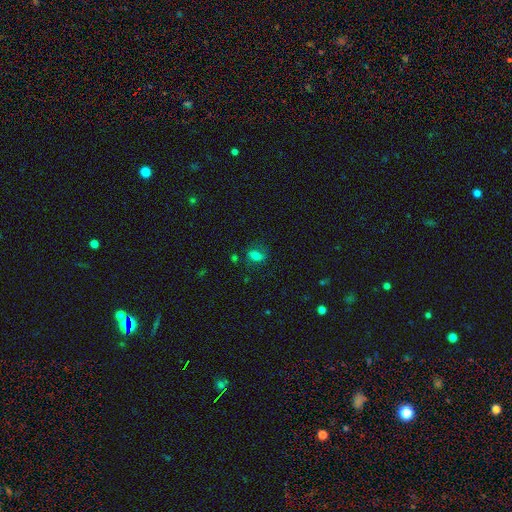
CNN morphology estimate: The model was most divided on "merging": none: 67%, minor disturbance: 21%, major disturbance: 10%, merger: 3%. More confident: how rounded — in between (79%); smooth or featured — smooth (71%).